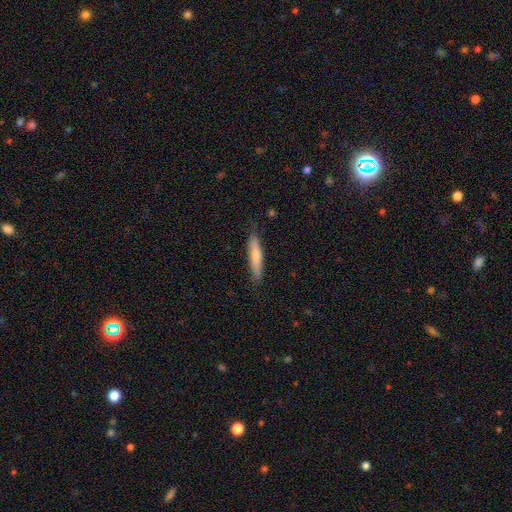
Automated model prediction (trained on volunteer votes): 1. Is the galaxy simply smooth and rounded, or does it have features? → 73% smooth, 22% featured or disk, 5% star or artifact.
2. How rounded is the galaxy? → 89% cigar-shaped, 9% in between, 1% round.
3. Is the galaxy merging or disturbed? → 85% none, 12% minor disturbance, 2% major disturbance, 1% merger.